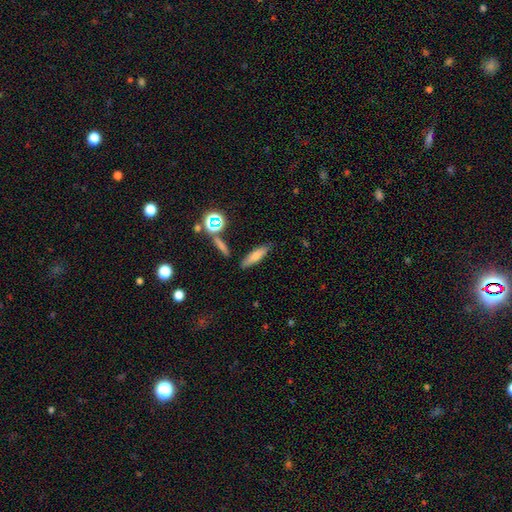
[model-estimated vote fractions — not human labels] smooth-or-featured: smooth: 70% | featured or disk: 19% | star or artifact: 11%
  how-rounded: cigar-shaped: 61% | in between: 35% | round: 4%
  merging: none: 78% | minor disturbance: 13% | merger: 6% | major disturbance: 4%